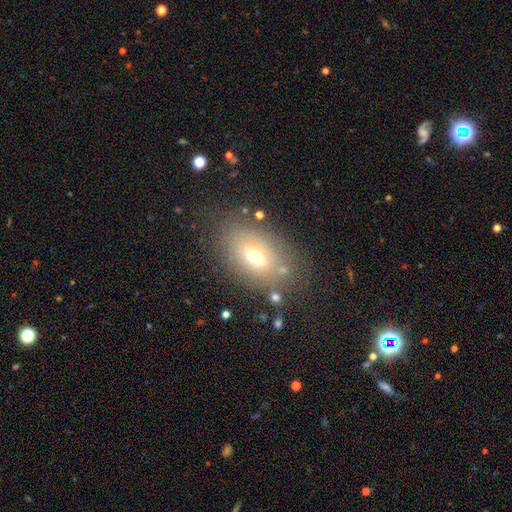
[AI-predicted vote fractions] Morphology: type=smooth (60%); roundness=in between (82%); merging=none (73%).